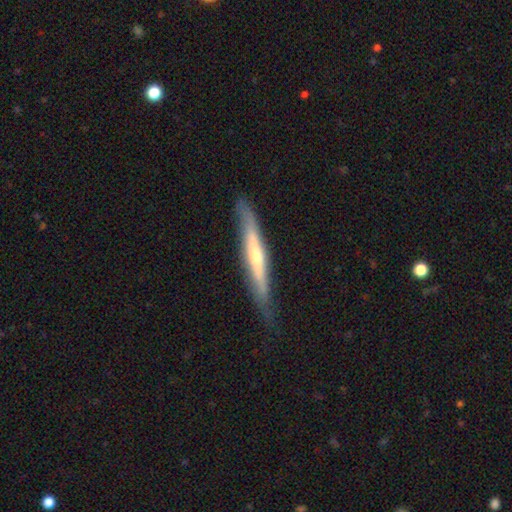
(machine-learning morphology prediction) smooth_or_featured: featured or disk (p=0.57) [alt: smooth p=0.37]
disk_edge_on: yes (p=0.90) [alt: no p=0.10]
edge_on_bulge: rounded (p=0.61) [alt: none p=0.29]
merging: none (p=0.78) [alt: minor disturbance p=0.17]